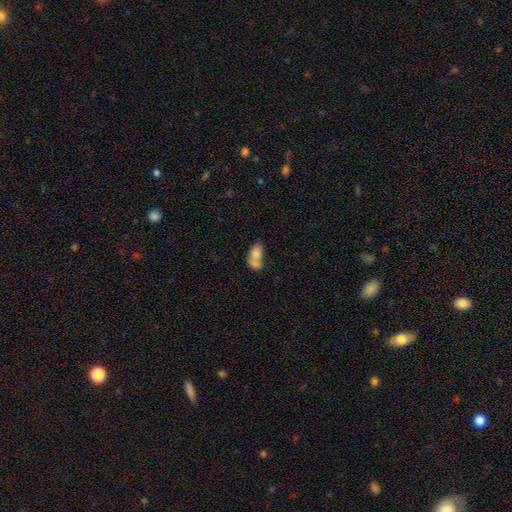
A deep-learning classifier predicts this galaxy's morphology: smooth-or-featured: smooth: 71% | featured or disk: 21% | star or artifact: 8%
  how-rounded: in between: 82% | round: 15% | cigar-shaped: 2%
  merging: merger: 62% | none: 19% | minor disturbance: 11% | major disturbance: 8%